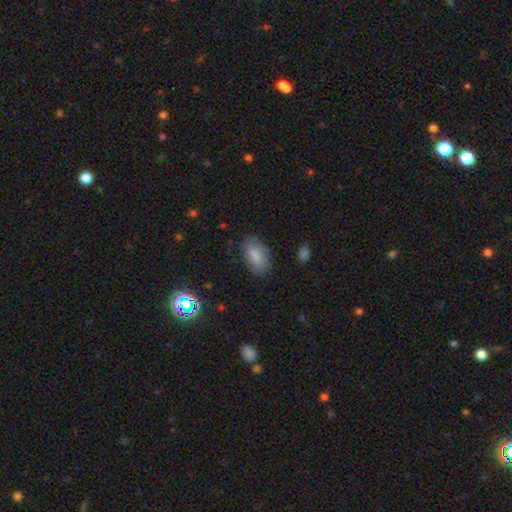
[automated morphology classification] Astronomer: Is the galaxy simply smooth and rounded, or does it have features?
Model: smooth — 79%.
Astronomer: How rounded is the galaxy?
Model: in between — 91%.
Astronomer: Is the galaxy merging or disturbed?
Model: none — 76%.